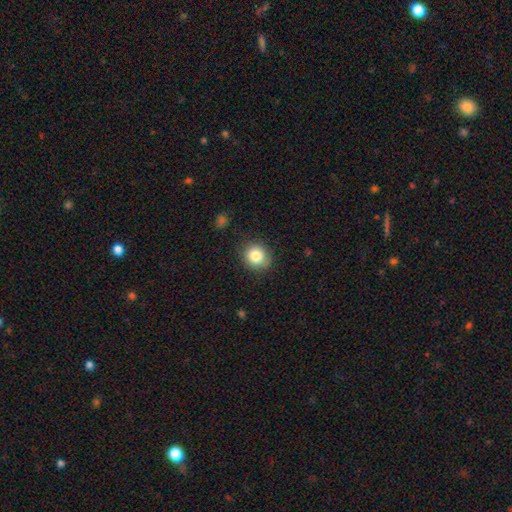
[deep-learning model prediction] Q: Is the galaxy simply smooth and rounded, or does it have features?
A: smooth — 83%.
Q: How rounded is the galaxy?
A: round — 85%.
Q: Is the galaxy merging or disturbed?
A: none — 84%.